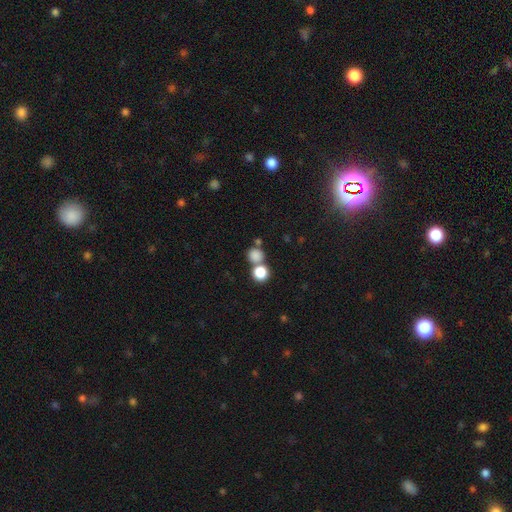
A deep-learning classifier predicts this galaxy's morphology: The model was most divided on "merging": none: 54%, merger: 34%, minor disturbance: 8%, major disturbance: 4%. More confident: how rounded — round (85%); smooth or featured — smooth (81%).